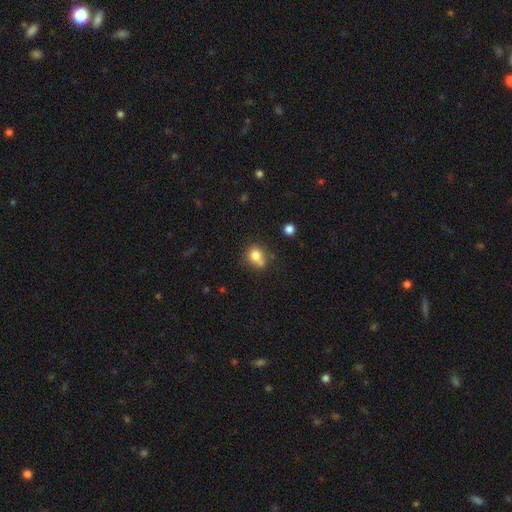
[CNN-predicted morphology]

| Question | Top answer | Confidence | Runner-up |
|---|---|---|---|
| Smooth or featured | smooth | 79% | star or artifact (11%) |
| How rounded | round | 72% | in between (27%) |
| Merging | none | 51% | merger (23%) |